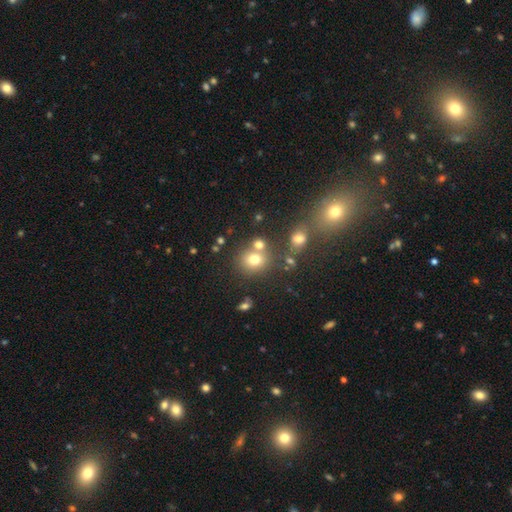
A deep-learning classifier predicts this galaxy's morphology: A smooth galaxy with no disk features (67%) that is round (79%).

Vote fractions:
- Smooth or featured? smooth: 67% / star or artifact: 22% / featured or disk: 11%
- How rounded? round: 79% / in between: 20% / cigar-shaped: 1%
- Merging? none: 64% / merger: 22% / minor disturbance: 10% / major disturbance: 4%